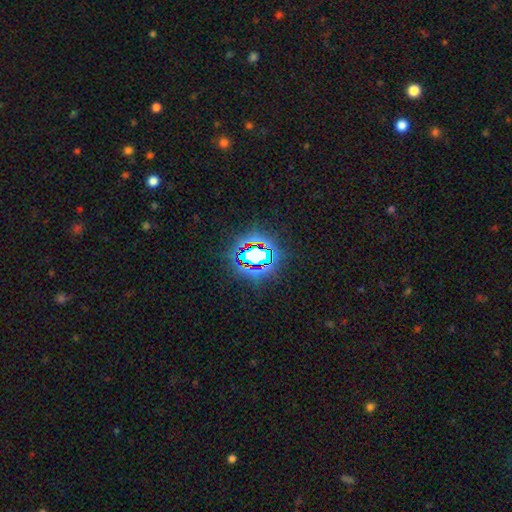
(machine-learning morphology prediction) Q: Smooth or featured?
A: star or artifact (68%); runner-up: smooth (20%)